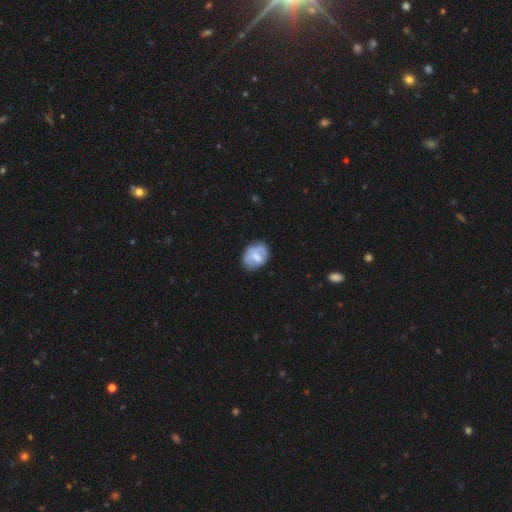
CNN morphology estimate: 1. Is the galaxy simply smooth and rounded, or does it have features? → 54% smooth, 39% featured or disk, 7% star or artifact.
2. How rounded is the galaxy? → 67% in between, 32% round, 1% cigar-shaped.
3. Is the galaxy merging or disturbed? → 65% none, 25% minor disturbance, 8% major disturbance, 2% merger.